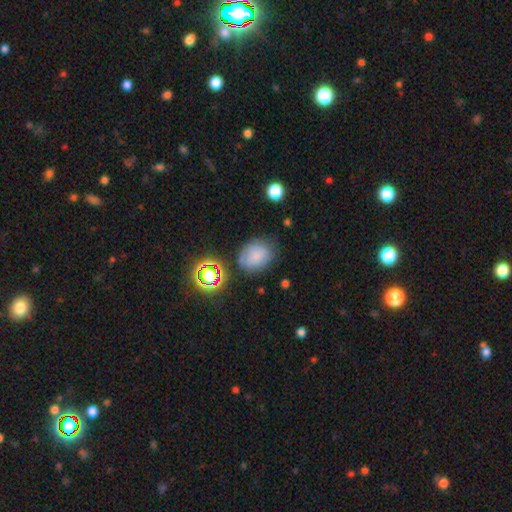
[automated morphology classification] Smooth or featured?
  - smooth: 70% *
  - featured or disk: 15%
  - star or artifact: 15%
How rounded?
  - round: 50% *
  - in between: 49%
  - cigar-shaped: 1%
Merging?
  - none: 66% *
  - minor disturbance: 22%
  - major disturbance: 8%
  - merger: 5%